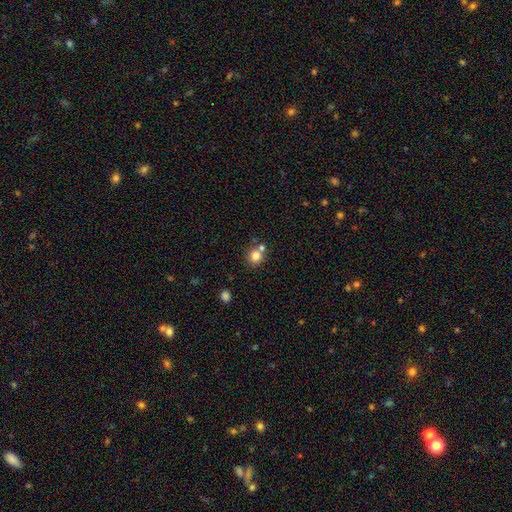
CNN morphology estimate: Smooth or featured: smooth — 80% (star or artifact — 11%)
How rounded: round — 87% (in between — 12%)
Merging: none — 59% (merger — 28%)